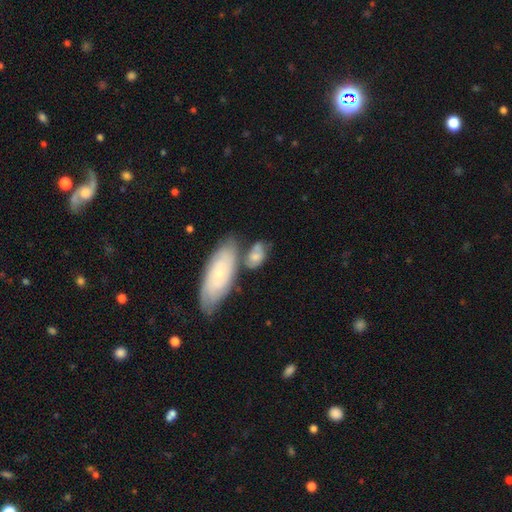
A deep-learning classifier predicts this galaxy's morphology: Q: Smooth or featured?
A: smooth (57%); runner-up: featured or disk (35%)
Q: How rounded?
A: in between (77%); runner-up: round (17%)
Q: Merging?
A: none (39%); runner-up: merger (32%)